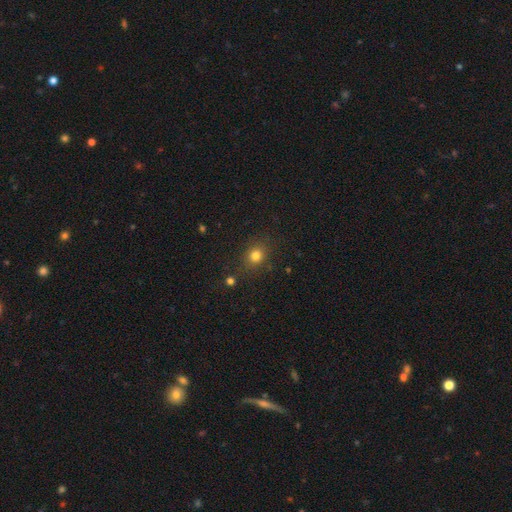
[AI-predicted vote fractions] This is likely a smooth galaxy (79%). How rounded: likely round (77%). Merging: clearly none (82%).